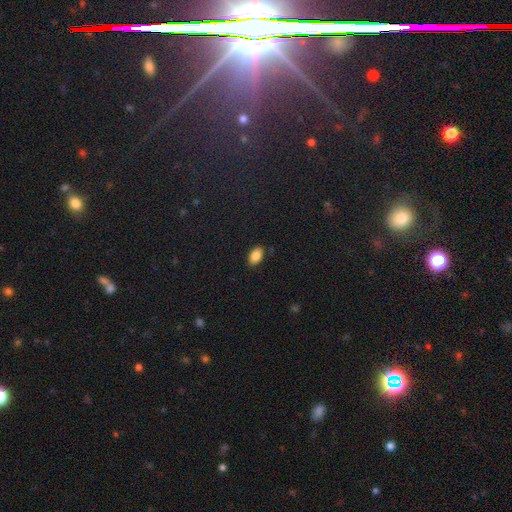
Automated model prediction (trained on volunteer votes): Q: Smooth or featured?
A: smooth (85%); runner-up: star or artifact (9%)
Q: How rounded?
A: in between (91%); runner-up: round (7%)
Q: Merging?
A: none (86%); runner-up: minor disturbance (11%)